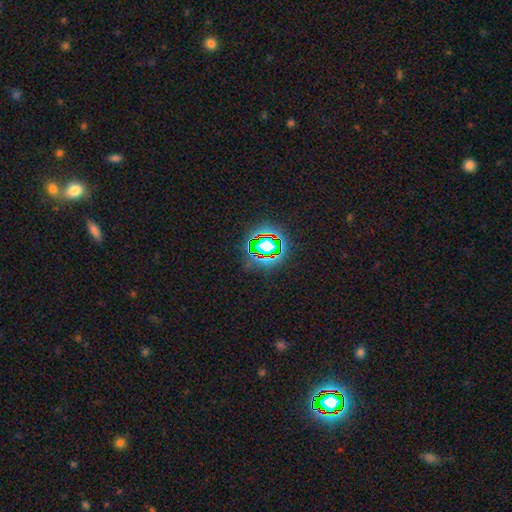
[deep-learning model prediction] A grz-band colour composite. It shows a star or artifact, not a galaxy (77%).